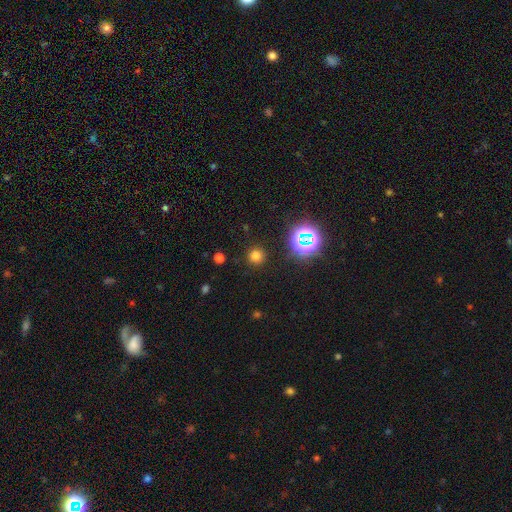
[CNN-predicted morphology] Smooth or featured? smooth (71%)
How rounded? round (94%)
Merging? none (90%)